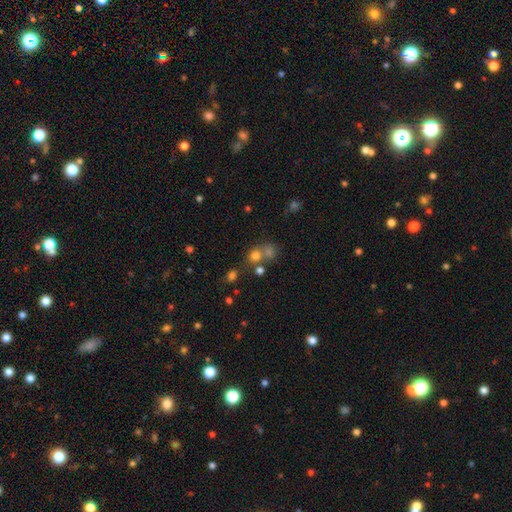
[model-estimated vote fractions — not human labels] smooth 69%, star or artifact 21%, featured or disk 11%. Down the decision tree: how rounded — round (80%); merging — none (50%).